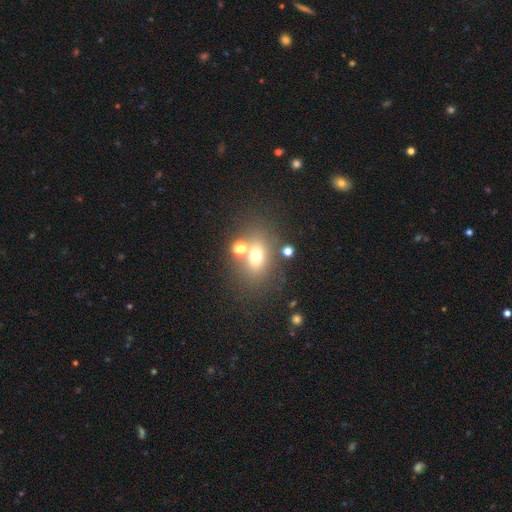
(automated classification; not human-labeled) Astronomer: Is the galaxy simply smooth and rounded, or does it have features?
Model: smooth — 64%.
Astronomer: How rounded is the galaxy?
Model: in between — 60% (runner-up: round, 38%).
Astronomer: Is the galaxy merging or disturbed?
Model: none — 63%.